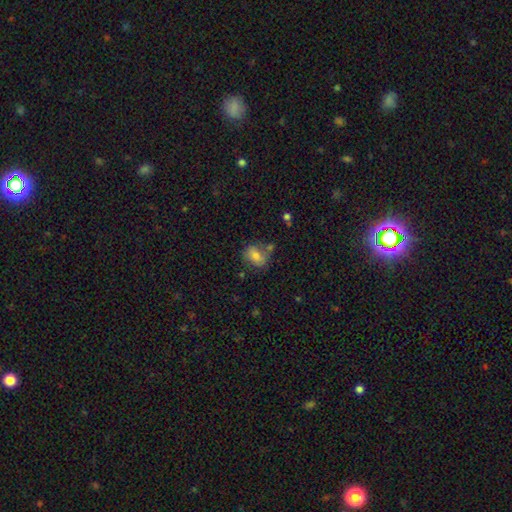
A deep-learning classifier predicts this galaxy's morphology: Q: Smooth or featured?
A: smooth (71%); runner-up: featured or disk (20%)
Q: How rounded?
A: in between (57%); runner-up: round (41%)
Q: Merging?
A: none (56%); runner-up: minor disturbance (21%)